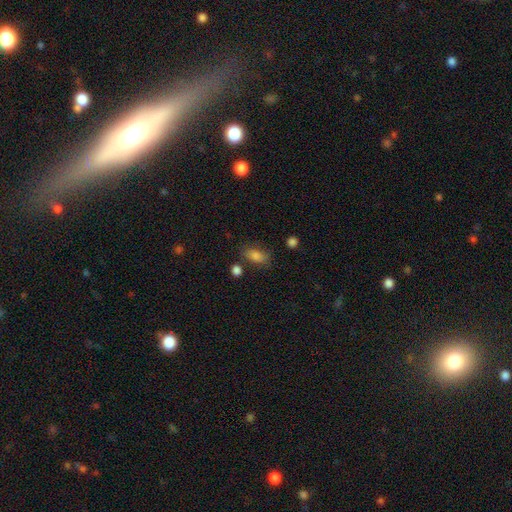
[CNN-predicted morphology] smooth 84%, star or artifact 9%, featured or disk 7%. Down the decision tree: how rounded — in between (87%); merging — none (70%).